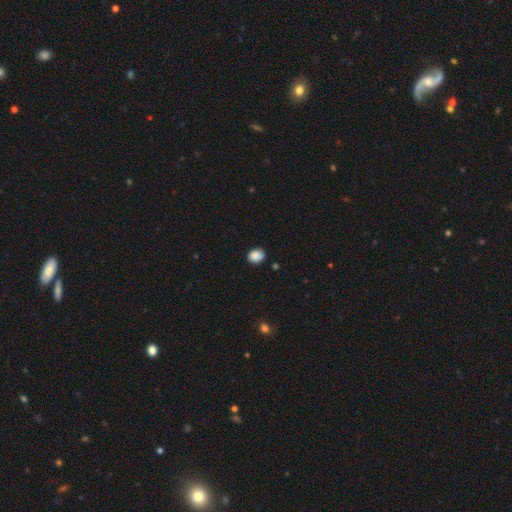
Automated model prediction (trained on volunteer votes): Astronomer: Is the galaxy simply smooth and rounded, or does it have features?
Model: smooth — 87%.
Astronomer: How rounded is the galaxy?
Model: round — 59% (runner-up: in between, 40%).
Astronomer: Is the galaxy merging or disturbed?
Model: none — 85%.